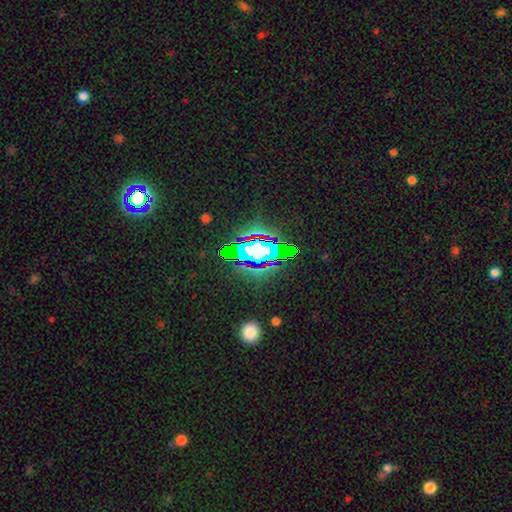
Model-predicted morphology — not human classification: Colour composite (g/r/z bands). It shows a star or artifact, not a galaxy (64%).